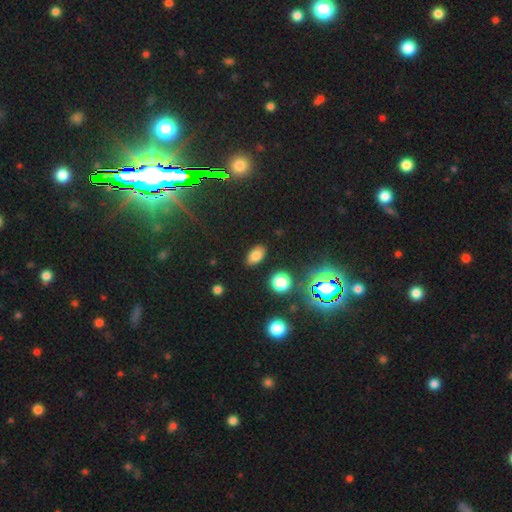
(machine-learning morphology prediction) type=smooth (74%); roundness=in between (89%); merging=none (86%).